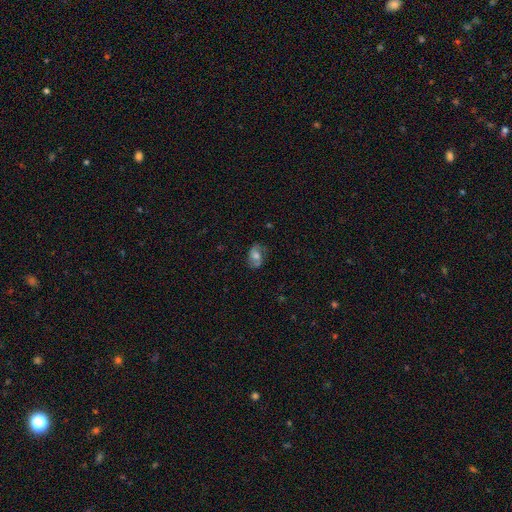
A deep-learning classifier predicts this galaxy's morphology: A featured or disk galaxy (48%). Merging: none (69%).